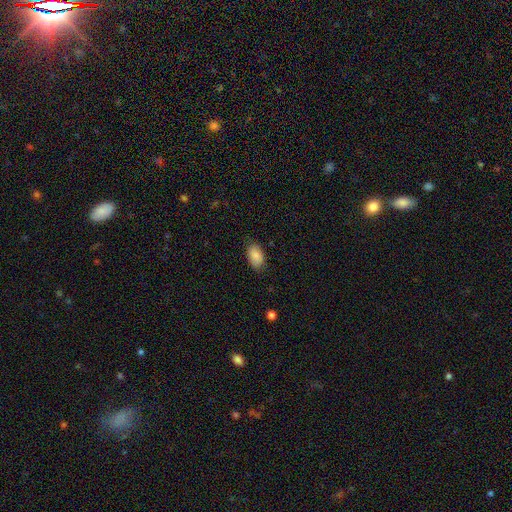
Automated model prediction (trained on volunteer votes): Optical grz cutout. It shows a smooth galaxy with no disk features (87%) that is in between round and cigar-shaped (92%). Merging: none (80%).